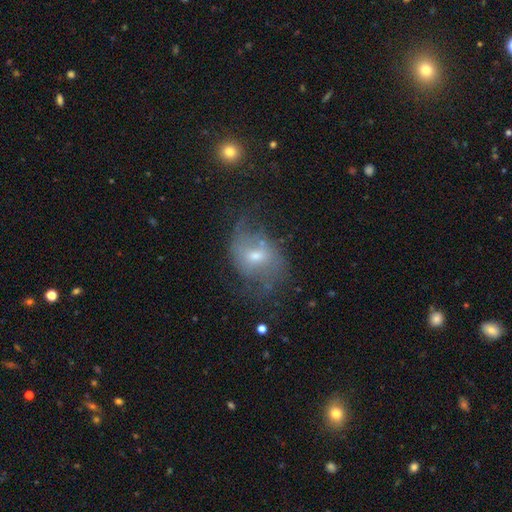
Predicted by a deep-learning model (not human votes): Smooth or featured?
  - featured or disk: 62% *
  - smooth: 27%
  - star or artifact: 11%
Edge-on disk?
  - no: 96% *
  - yes: 4%
Bar?
  - no: 46% *
  - weak: 42%
  - strong: 12%
Spiral arms?
  - yes: 76% *
  - no: 24%
Bulge size?
  - moderate: 51% *
  - small: 42%
  - large: 4%
  - none: 2%
  - dominant: 1%
Merging?
  - none: 48% *
  - minor disturbance: 24%
  - major disturbance: 24%
  - merger: 5%